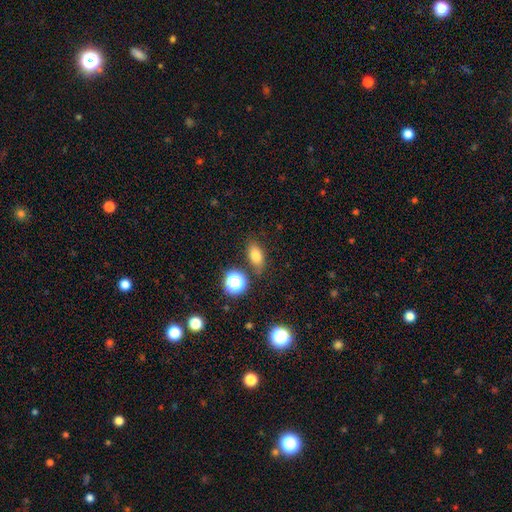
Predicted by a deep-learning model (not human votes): smooth_or_featured: smooth (p=0.76) [alt: star or artifact p=0.14]
how_rounded: in between (p=0.79) [alt: round p=0.16]
merging: none (p=0.77) [alt: minor disturbance p=0.13]